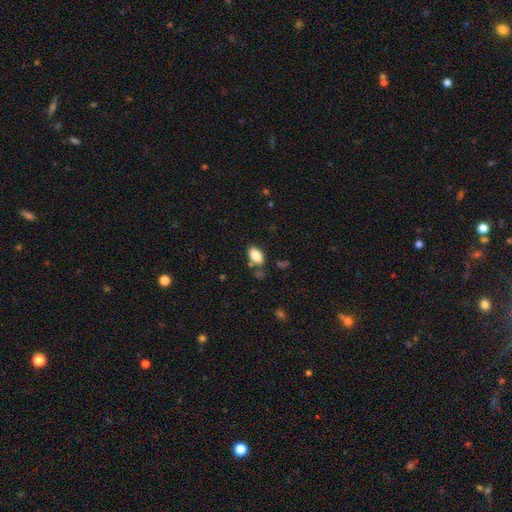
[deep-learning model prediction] A smooth galaxy with no disk features (84%) that is in between round and cigar-shaped (93%).

Vote fractions:
- Smooth or featured? smooth: 84% / featured or disk: 8% / star or artifact: 8%
- How rounded? in between: 93% / round: 5% / cigar-shaped: 2%
- Merging? none: 76% / minor disturbance: 13% / merger: 7% / major disturbance: 3%